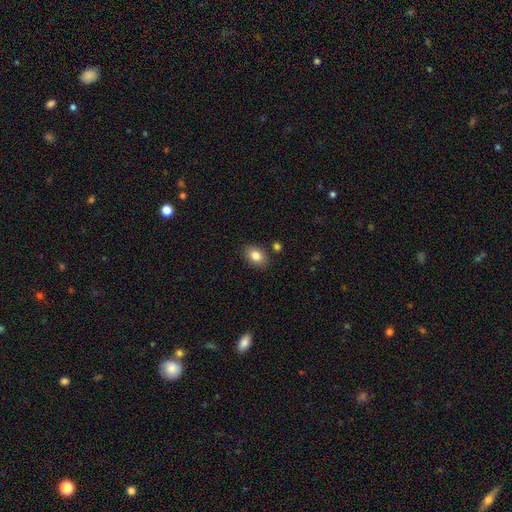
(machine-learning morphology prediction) This is clearly a smooth galaxy (83%). How rounded: clearly in between (80%). Merging: clearly none (85%).